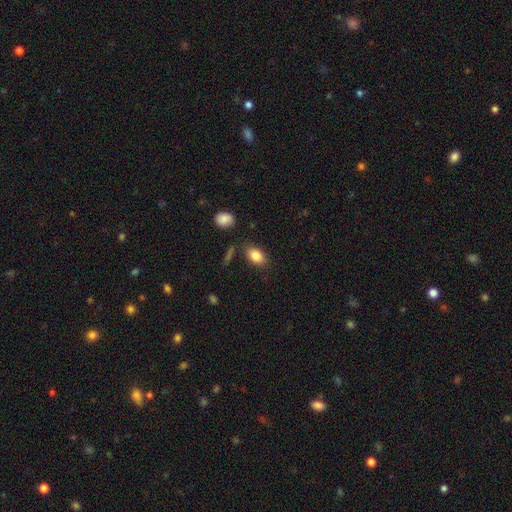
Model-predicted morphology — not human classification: Q: Smooth or featured?
A: smooth (84%); runner-up: star or artifact (8%)
Q: How rounded?
A: in between (86%); runner-up: round (12%)
Q: Merging?
A: none (79%); runner-up: minor disturbance (13%)